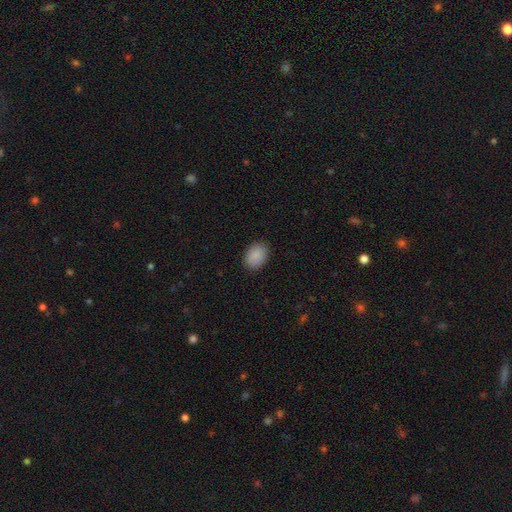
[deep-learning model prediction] Smooth or featured: smooth — 90% (star or artifact — 7%)
How rounded: in between — 77% (round — 22%)
Merging: none — 88% (minor disturbance — 9%)